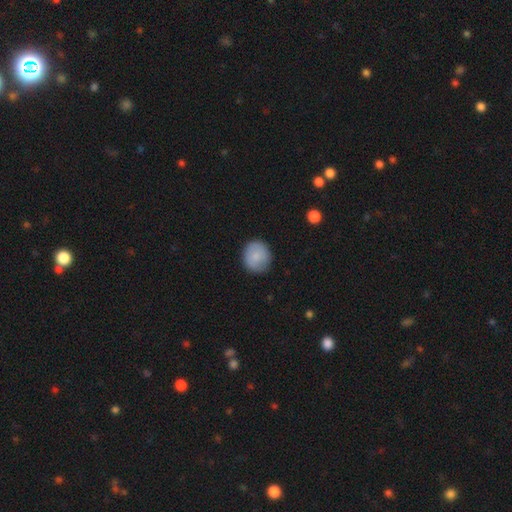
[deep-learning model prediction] Overall: smooth (82%). How rounded: round (85%). Merging: none (85%).